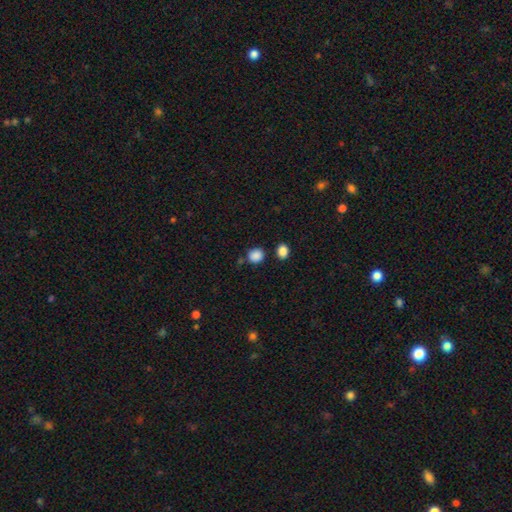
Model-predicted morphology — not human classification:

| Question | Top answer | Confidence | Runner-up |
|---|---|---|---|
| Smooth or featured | smooth | 87% | star or artifact (10%) |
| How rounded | round | 79% | in between (20%) |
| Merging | none | 79% | minor disturbance (10%) |